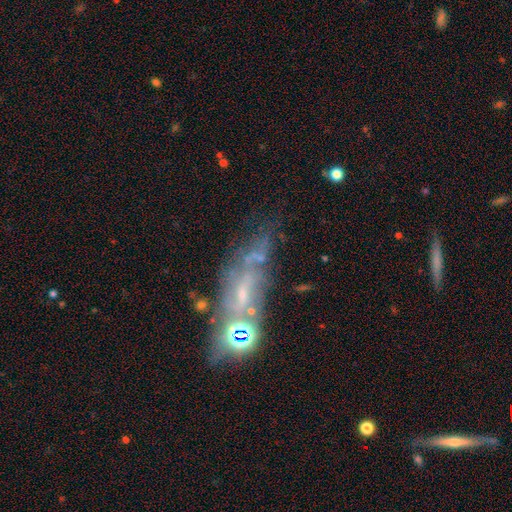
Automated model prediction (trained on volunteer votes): smooth_or_featured: featured or disk (p=0.55) [alt: star or artifact p=0.23]
disk_edge_on: no (p=0.83) [alt: yes p=0.17]
merging: none (p=0.44) [alt: minor disturbance p=0.21]